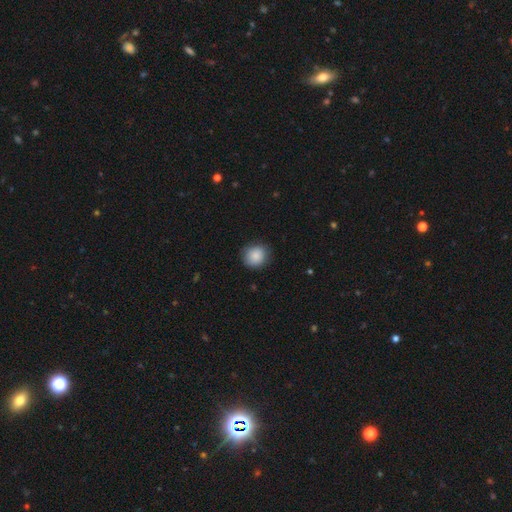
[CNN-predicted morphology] Smooth or featured? Predicted: smooth (p=0.87). How rounded? Predicted: round (p=0.85). Merging? Predicted: none (p=0.83).